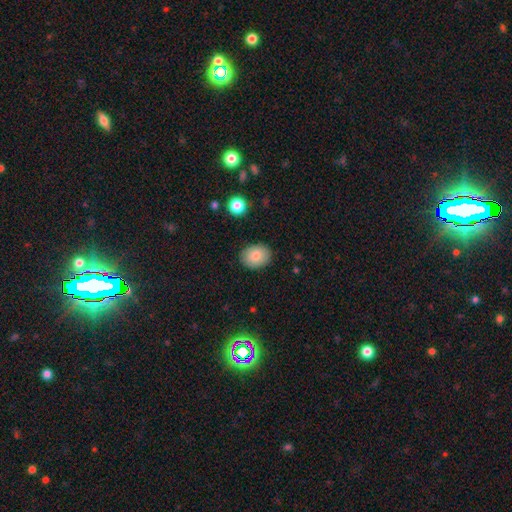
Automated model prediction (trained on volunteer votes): This is clearly a smooth galaxy (83%). How rounded: likely in between (65%). Merging: clearly none (87%).